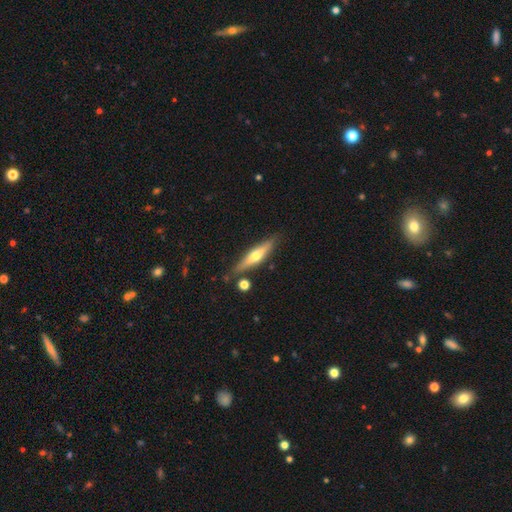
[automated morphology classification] Q: Smooth or featured?
A: featured or disk (60%); runner-up: smooth (34%)
Q: Edge-on disk?
A: yes (94%); runner-up: no (6%)
Q: Edge-on bulge?
A: rounded (92%); runner-up: none (5%)
Q: Merging?
A: none (82%); runner-up: minor disturbance (11%)